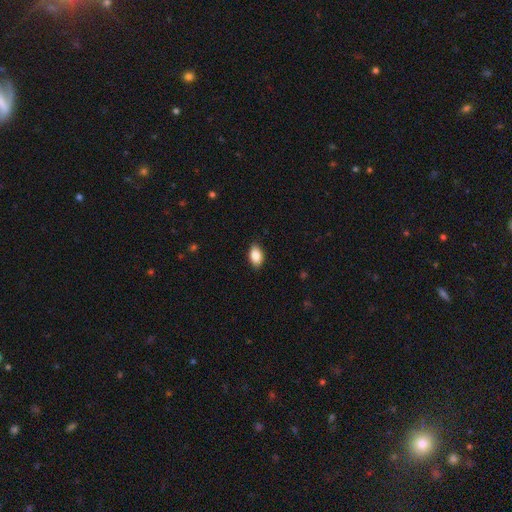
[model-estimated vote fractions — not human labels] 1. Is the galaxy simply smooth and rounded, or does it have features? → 87% smooth, 7% star or artifact, 6% featured or disk.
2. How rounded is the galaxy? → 91% in between, 7% round, 2% cigar-shaped.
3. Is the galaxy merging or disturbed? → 87% none, 10% minor disturbance, 2% major disturbance, 1% merger.